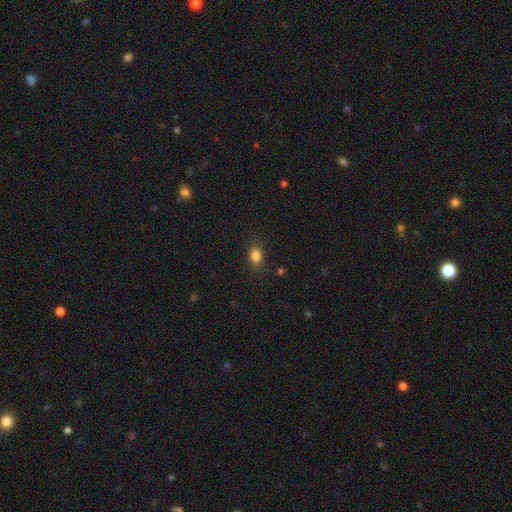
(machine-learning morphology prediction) Smooth or featured?
  - smooth: 83% *
  - star or artifact: 11%
  - featured or disk: 5%
How rounded?
  - in between: 62% *
  - round: 37%
  - cigar-shaped: 2%
Merging?
  - none: 83% *
  - minor disturbance: 12%
  - major disturbance: 3%
  - merger: 1%